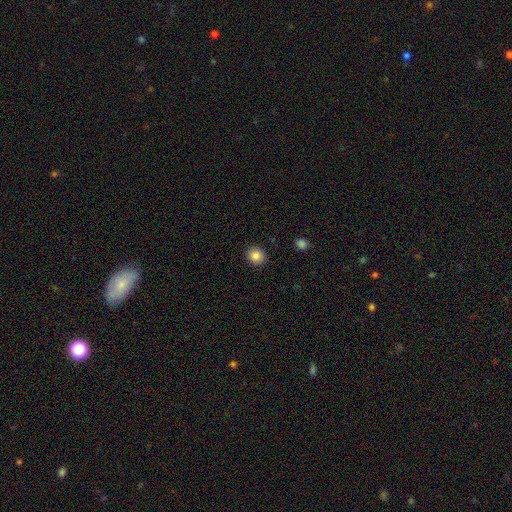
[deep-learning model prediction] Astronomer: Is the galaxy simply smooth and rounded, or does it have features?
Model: smooth — 86%.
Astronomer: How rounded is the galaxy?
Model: round — 85%.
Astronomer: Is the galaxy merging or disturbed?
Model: none — 91%.